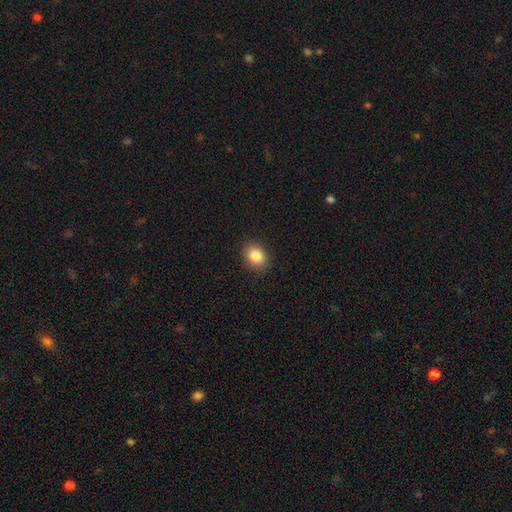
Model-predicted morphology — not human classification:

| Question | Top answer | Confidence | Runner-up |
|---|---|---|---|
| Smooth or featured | smooth | 86% | star or artifact (9%) |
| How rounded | in between | 51% | round (48%) |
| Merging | none | 89% | minor disturbance (8%) |